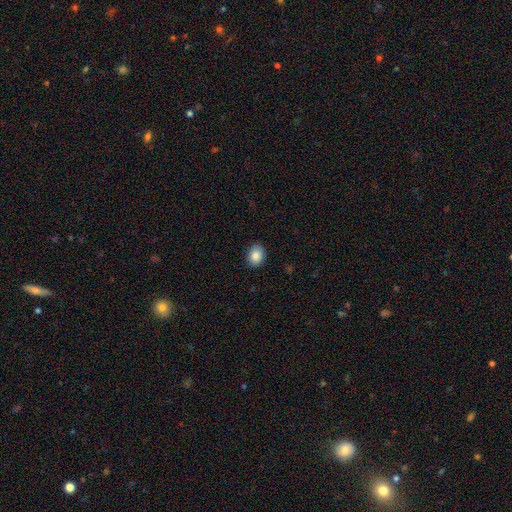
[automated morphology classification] This is clearly a smooth galaxy (87%). How rounded: possibly in between (59%). Merging: clearly none (87%).